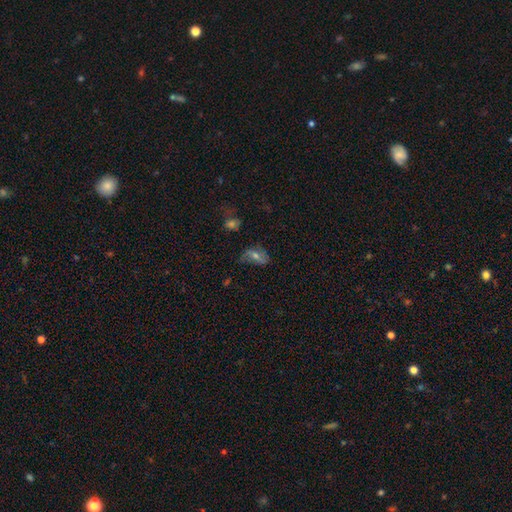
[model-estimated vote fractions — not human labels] smooth_or_featured: featured or disk (p=0.43) [alt: smooth p=0.42]
merging: none (p=0.52) [alt: minor disturbance p=0.28]